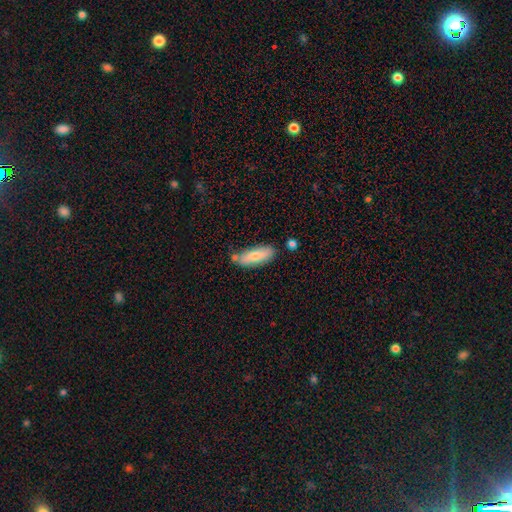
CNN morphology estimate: smooth 76%, featured or disk 17%, star or artifact 6%. Down the decision tree: how rounded — in between (58%); merging — none (68%).